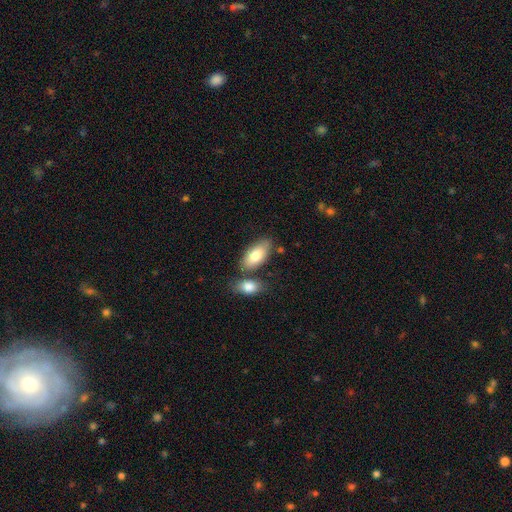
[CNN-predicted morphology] smooth-or-featured: smooth: 79% | featured or disk: 15% | star or artifact: 6%
  how-rounded: in between: 92% | cigar-shaped: 6% | round: 3%
  merging: none: 61% | merger: 22% | minor disturbance: 13% | major disturbance: 3%